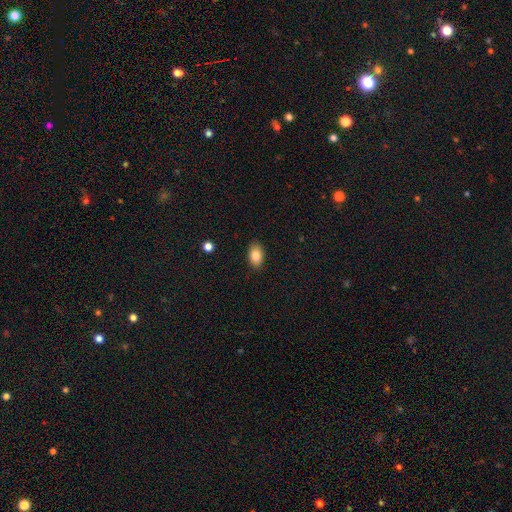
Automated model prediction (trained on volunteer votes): The model was most divided on "smooth or featured": smooth: 84%, star or artifact: 8%, featured or disk: 8%. More confident: how rounded — in between (88%); merging — none (87%).